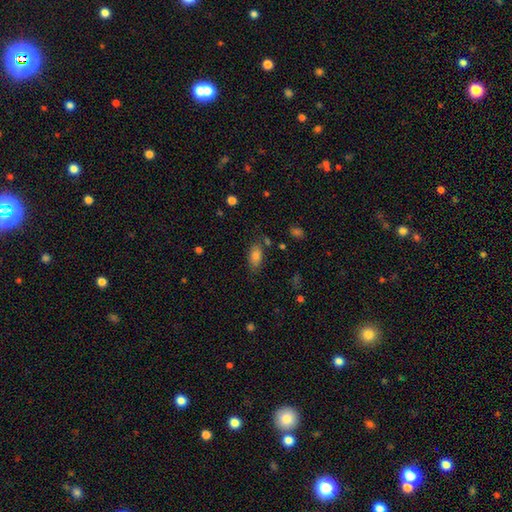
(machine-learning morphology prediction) smooth_or_featured: smooth (p=0.81) [alt: featured or disk p=0.10]
how_rounded: in between (p=0.90) [alt: cigar-shaped p=0.05]
merging: none (p=0.73) [alt: minor disturbance p=0.17]